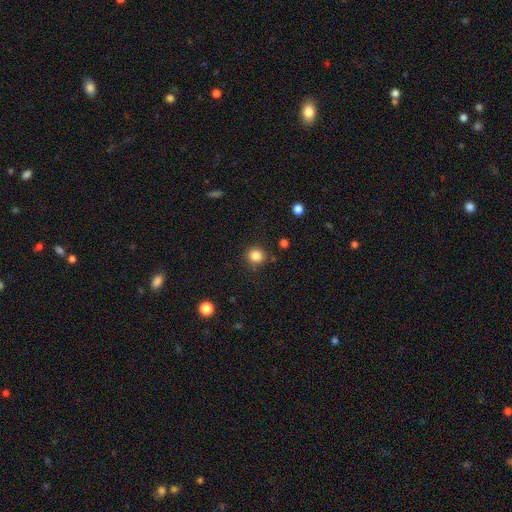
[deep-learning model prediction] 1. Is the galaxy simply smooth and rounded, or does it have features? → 84% smooth, 11% star or artifact, 4% featured or disk.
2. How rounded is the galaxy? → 90% round, 10% in between, 1% cigar-shaped.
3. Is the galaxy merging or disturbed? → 87% none, 8% minor disturbance, 3% major disturbance, 2% merger.